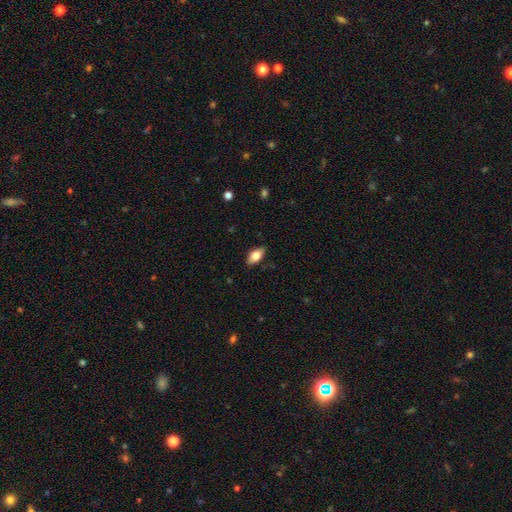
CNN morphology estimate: Overall: smooth (74%). How rounded: in between (89%). Merging: none (85%).